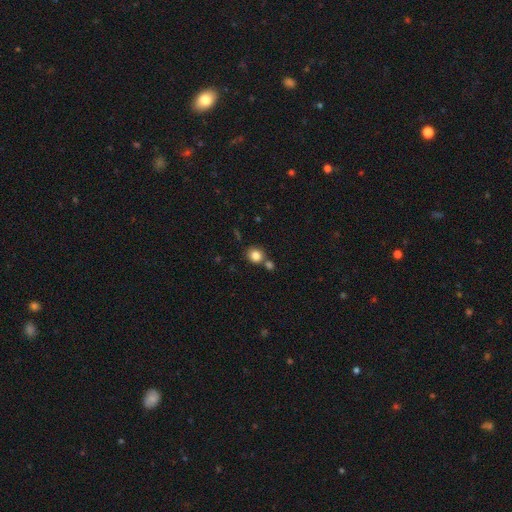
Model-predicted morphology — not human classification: smooth 84%, star or artifact 10%, featured or disk 6%. Down the decision tree: how rounded — round (83%); merging — none (66%).